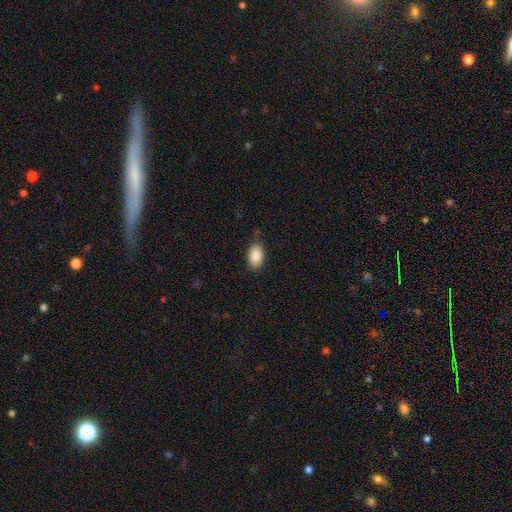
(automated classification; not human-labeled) Smooth or featured?
  - smooth: 89% *
  - star or artifact: 7%
  - featured or disk: 4%
How rounded?
  - in between: 93% *
  - round: 6%
  - cigar-shaped: 2%
Merging?
  - none: 81% *
  - minor disturbance: 14%
  - major disturbance: 3%
  - merger: 1%